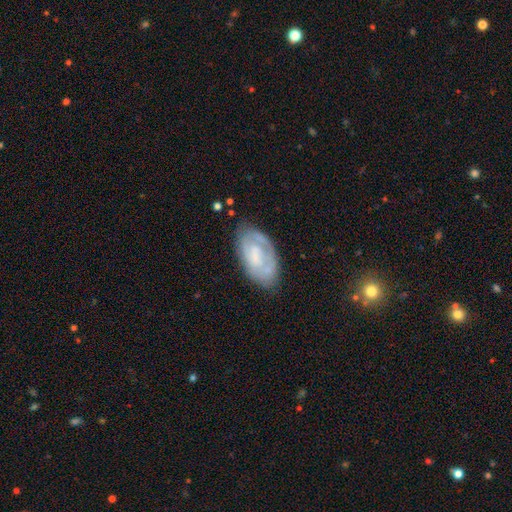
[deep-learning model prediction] smooth_or_featured: featured or disk (p=0.52) [alt: smooth p=0.41]
disk_edge_on: no (p=0.93) [alt: yes p=0.07]
merging: none (p=0.66) [alt: minor disturbance p=0.22]